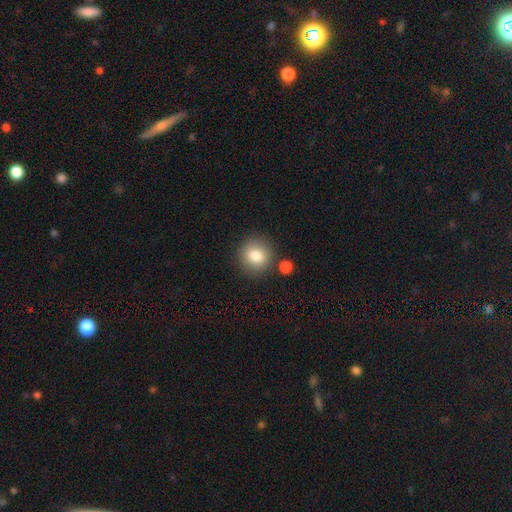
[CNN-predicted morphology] smooth 82%, star or artifact 10%, featured or disk 9%. Down the decision tree: how rounded — round (92%); merging — none (83%).